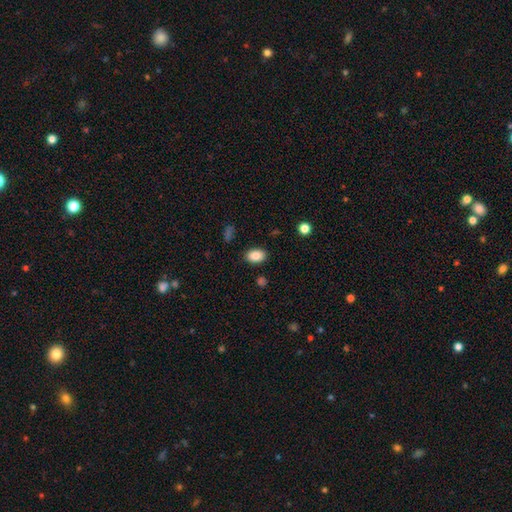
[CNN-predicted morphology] type=smooth (85%); roundness=in between (85%); merging=none (87%).